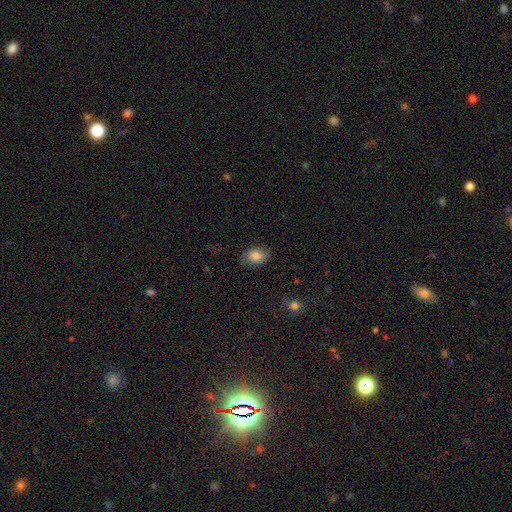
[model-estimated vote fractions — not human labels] smooth_or_featured: smooth (p=0.81) [alt: featured or disk p=0.10]
how_rounded: in between (p=0.81) [alt: round p=0.18]
merging: none (p=0.78) [alt: minor disturbance p=0.18]